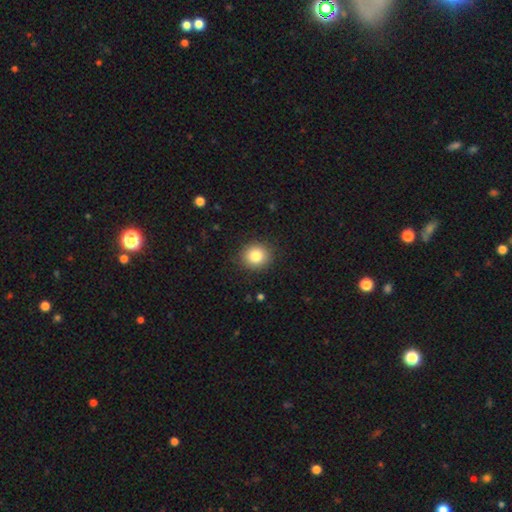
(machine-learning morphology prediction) Smooth or featured: smooth — 83% (star or artifact — 10%)
How rounded: round — 83% (in between — 16%)
Merging: none — 89% (minor disturbance — 7%)